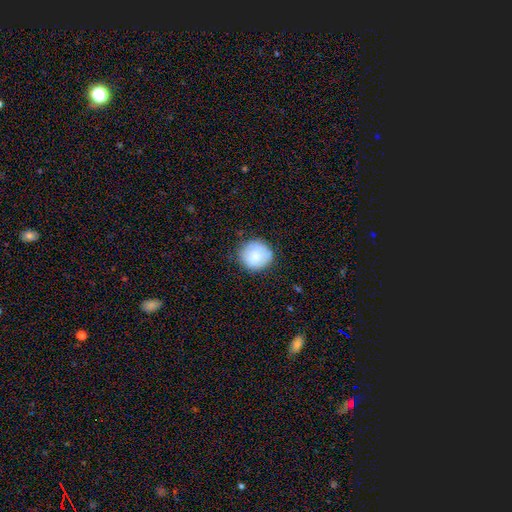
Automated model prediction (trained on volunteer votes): The model was most divided on "merging": none: 80%, minor disturbance: 15%, major disturbance: 4%, merger: 1%. More confident: how rounded — round (91%); smooth or featured — smooth (79%).